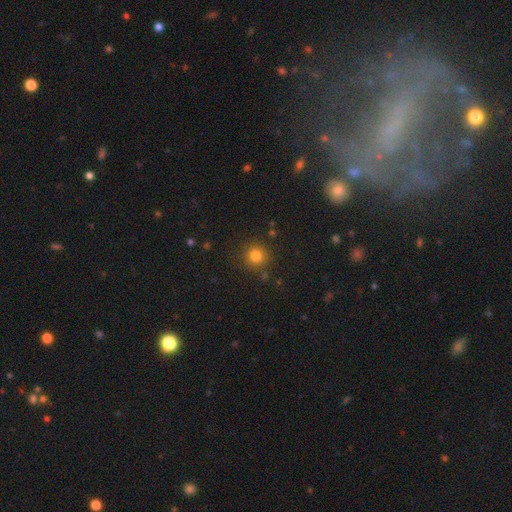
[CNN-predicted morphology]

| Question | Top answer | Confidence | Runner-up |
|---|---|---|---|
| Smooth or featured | smooth | 80% | star or artifact (14%) |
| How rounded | round | 93% | in between (6%) |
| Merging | none | 87% | minor disturbance (7%) |